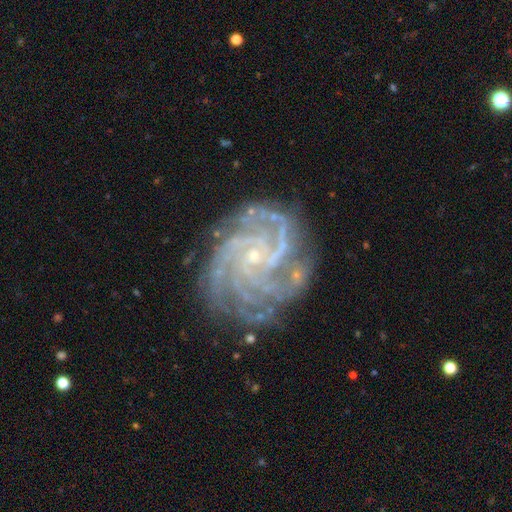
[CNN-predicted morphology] The model was most divided on "spiral arm count": 4: 32%, more than 4: 28%, 3: 13%, can't tell: 12%, 2: 8%, 1: 7%. More confident: spiral arms — yes (99%); edge-on disk — no (98%); smooth or featured — featured or disk (91%); bulge size — small (85%); merging — none (76%); spiral winding — tight (72%); bar — no (68%).